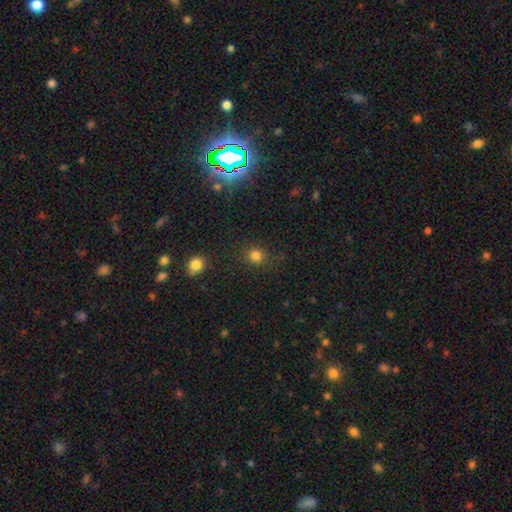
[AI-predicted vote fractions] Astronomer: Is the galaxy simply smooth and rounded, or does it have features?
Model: smooth — 80%.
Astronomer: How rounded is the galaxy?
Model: round — 89%.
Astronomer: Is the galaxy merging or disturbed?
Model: none — 85%.